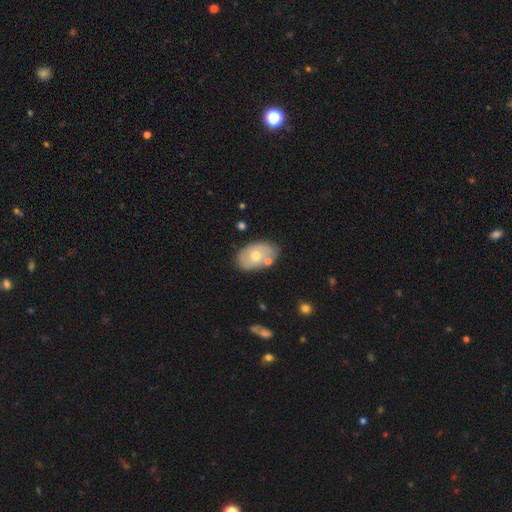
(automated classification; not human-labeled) Smooth or featured? Predicted: smooth (p=0.53). How rounded? Predicted: in between (p=0.86). Merging? Predicted: none (p=0.72).